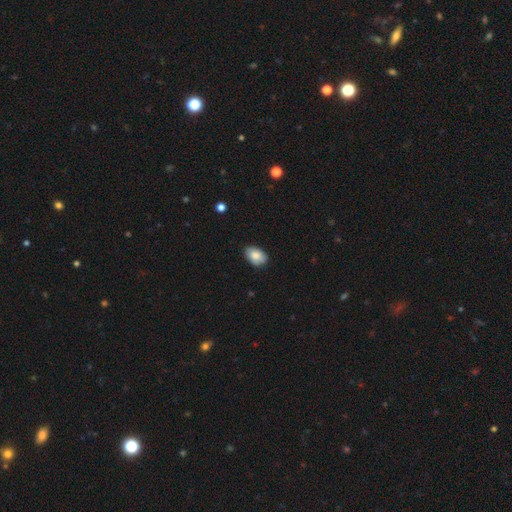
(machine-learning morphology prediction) smooth-or-featured: smooth: 86% | featured or disk: 7% | star or artifact: 7%
  how-rounded: in between: 87% | round: 12% | cigar-shaped: 1%
  merging: none: 81% | minor disturbance: 16% | major disturbance: 2% | merger: 1%